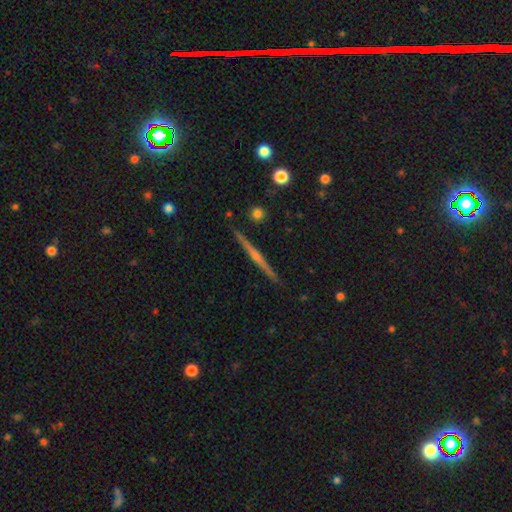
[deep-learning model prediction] smooth_or_featured: featured or disk (p=0.74) [alt: smooth p=0.19]
disk_edge_on: yes (p=0.98) [alt: no p=0.02]
edge_on_bulge: rounded (p=0.56) [alt: none p=0.34]
merging: none (p=0.92) [alt: minor disturbance p=0.06]